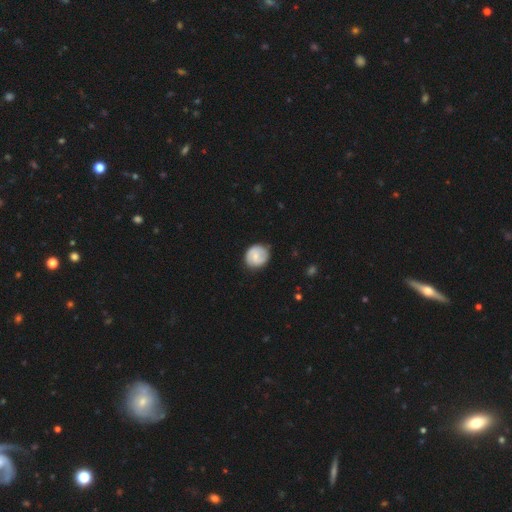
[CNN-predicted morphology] Overall: smooth (52%; featured or disk 42%). How rounded: round (83%). Merging: none (79%).